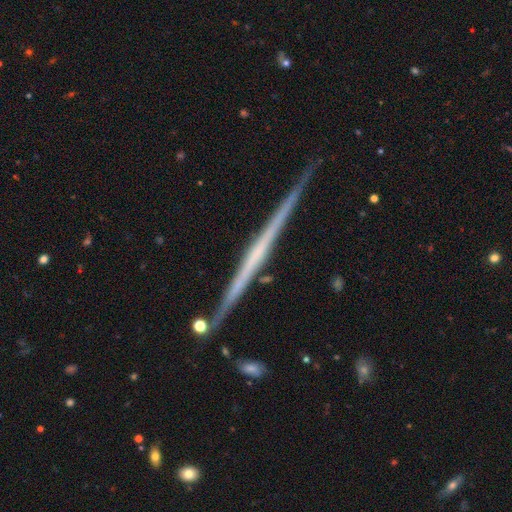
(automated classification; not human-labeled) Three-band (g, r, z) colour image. It shows a featured or disk galaxy (77%) viewed edge-on (98%) with no central bulge (80%). Merging: none (88%).